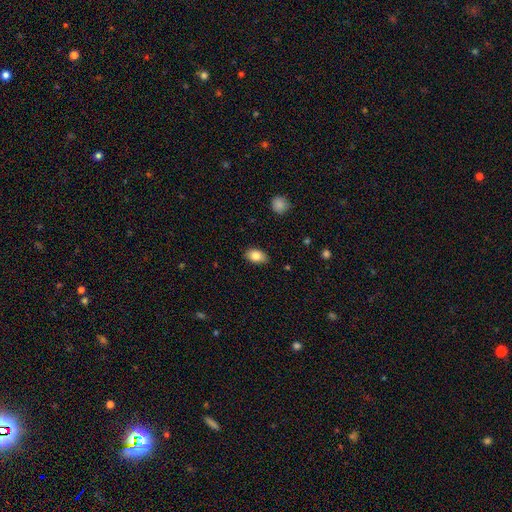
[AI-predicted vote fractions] Smooth or featured? Predicted: smooth (p=0.83). How rounded? Predicted: in between (p=0.89). Merging? Predicted: none (p=0.86).